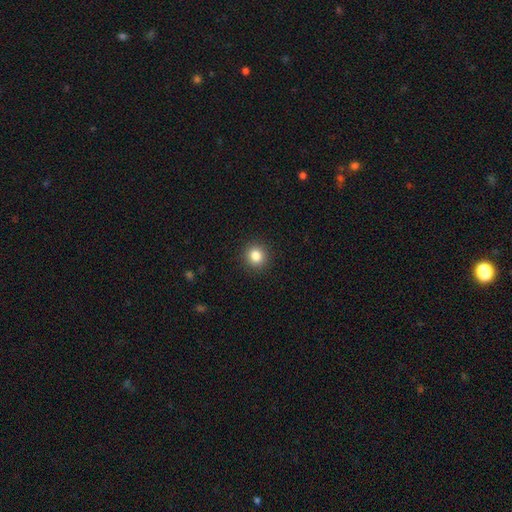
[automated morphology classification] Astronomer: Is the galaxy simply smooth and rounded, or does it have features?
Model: smooth — 84%.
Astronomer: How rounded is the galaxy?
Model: round — 90%.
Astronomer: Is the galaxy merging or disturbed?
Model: none — 92%.